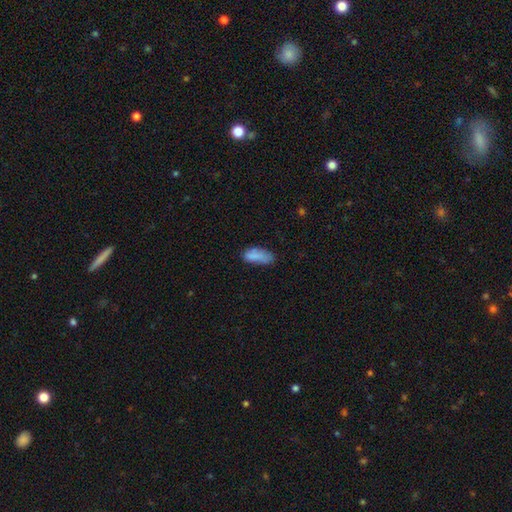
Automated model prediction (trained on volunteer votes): Q: Smooth or featured?
A: smooth (82%); runner-up: featured or disk (10%)
Q: How rounded?
A: in between (80%); runner-up: cigar-shaped (17%)
Q: Merging?
A: none (51%); runner-up: minor disturbance (32%)